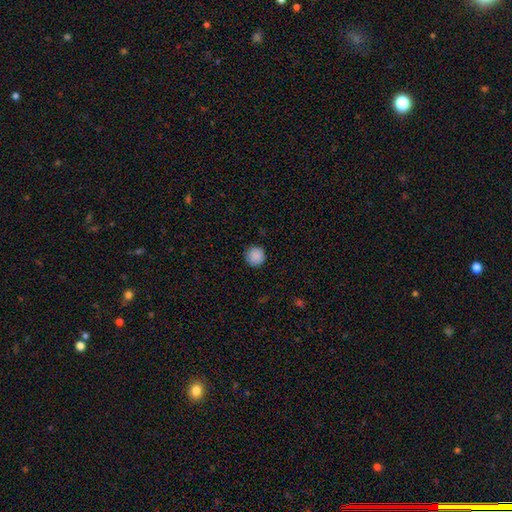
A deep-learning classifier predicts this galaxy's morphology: type=smooth (89%); roundness=round (95%); merging=none (90%).